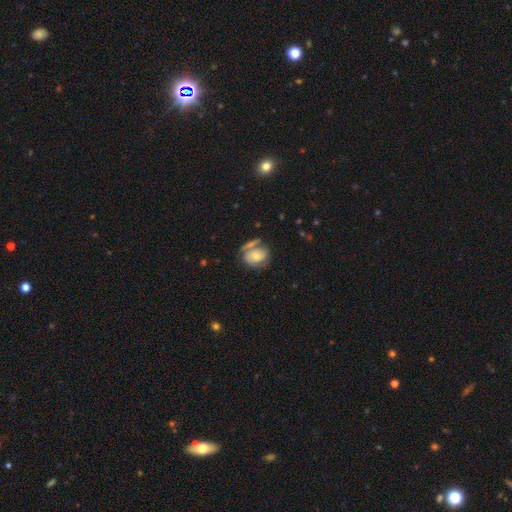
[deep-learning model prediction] Overall: smooth (51%; featured or disk 41%). How rounded: in between (50%; round 48%). Merging: none (46%; minor disturbance 22%).